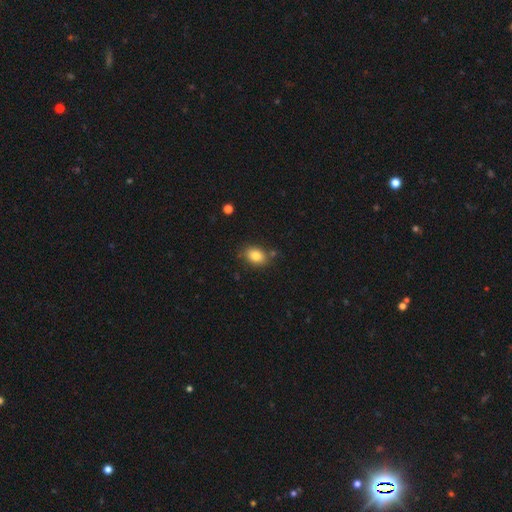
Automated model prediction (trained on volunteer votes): smooth 82%, star or artifact 9%, featured or disk 9%. Down the decision tree: how rounded — in between (78%); merging — none (77%).